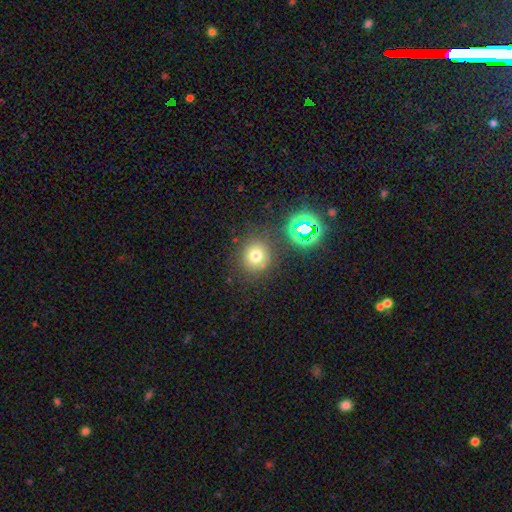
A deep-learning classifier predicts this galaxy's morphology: The model was most divided on "smooth or featured": smooth: 70%, star or artifact: 21%, featured or disk: 9%. More confident: how rounded — round (89%); merging — none (80%).